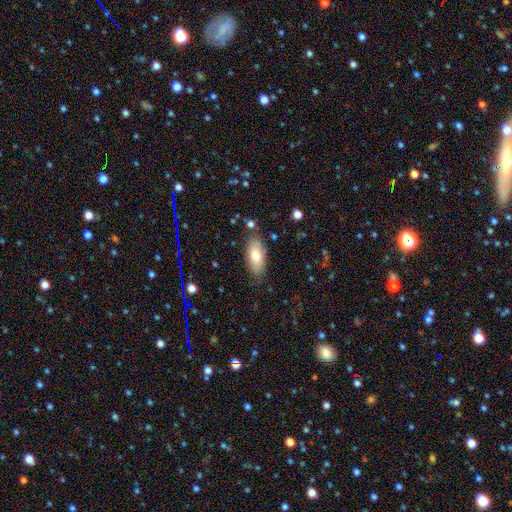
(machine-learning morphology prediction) This is likely a smooth galaxy (74%). How rounded: clearly in between (88%). Merging: clearly none (80%).